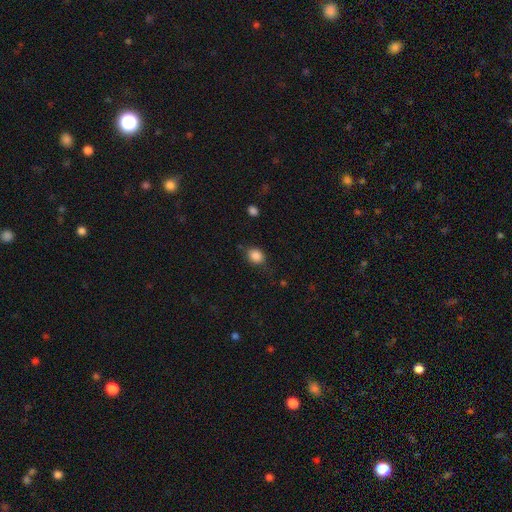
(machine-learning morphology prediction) Overall: smooth (86%). How rounded: round (52%; in between 46%). Merging: none (73%).